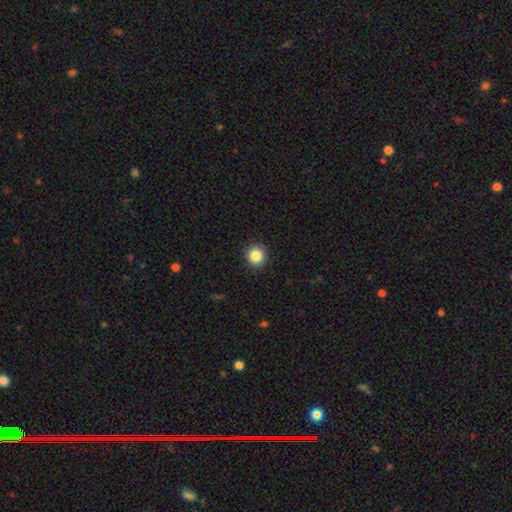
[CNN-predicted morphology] Q: Smooth or featured?
A: smooth (85%); runner-up: star or artifact (10%)
Q: How rounded?
A: round (91%); runner-up: in between (8%)
Q: Merging?
A: none (92%); runner-up: minor disturbance (6%)